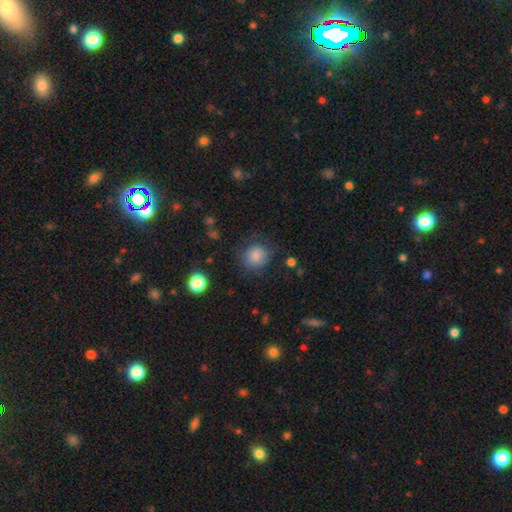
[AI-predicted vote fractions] The model was most divided on "merging": none: 72%, minor disturbance: 18%, major disturbance: 8%, merger: 2%. More confident: smooth or featured — smooth (82%); how rounded — round (81%).